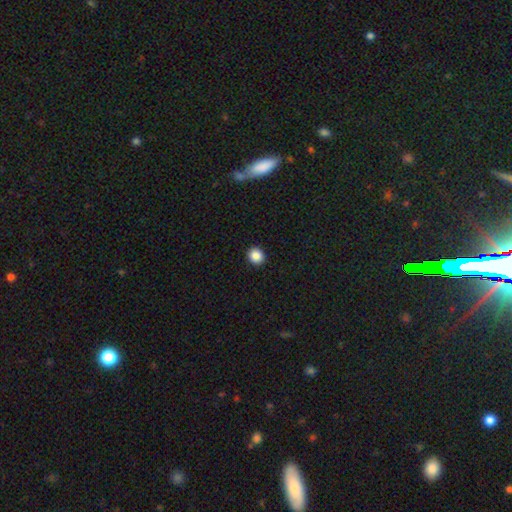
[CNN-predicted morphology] Smooth or featured?
  - smooth: 87% *
  - star or artifact: 10%
  - featured or disk: 3%
How rounded?
  - round: 85% *
  - in between: 15%
  - cigar-shaped: 1%
Merging?
  - none: 93% *
  - minor disturbance: 5%
  - major disturbance: 2%
  - merger: 1%